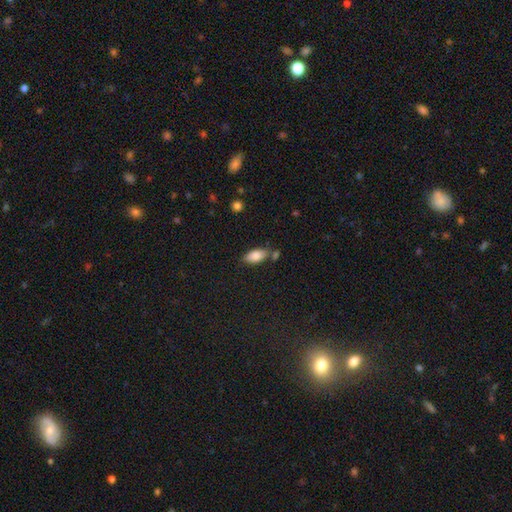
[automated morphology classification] Q: Smooth or featured?
A: smooth (84%); runner-up: featured or disk (8%)
Q: How rounded?
A: in between (89%); runner-up: cigar-shaped (9%)
Q: Merging?
A: none (66%); runner-up: minor disturbance (16%)